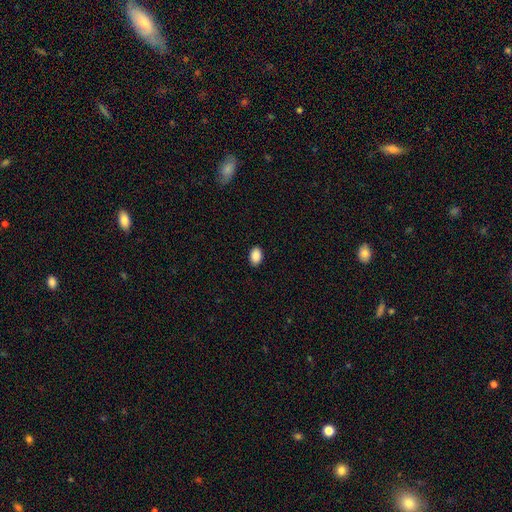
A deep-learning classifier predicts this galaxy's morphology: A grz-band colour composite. It shows a smooth galaxy with no disk features (90%) that is in between round and cigar-shaped (86%). Merging: none (89%).